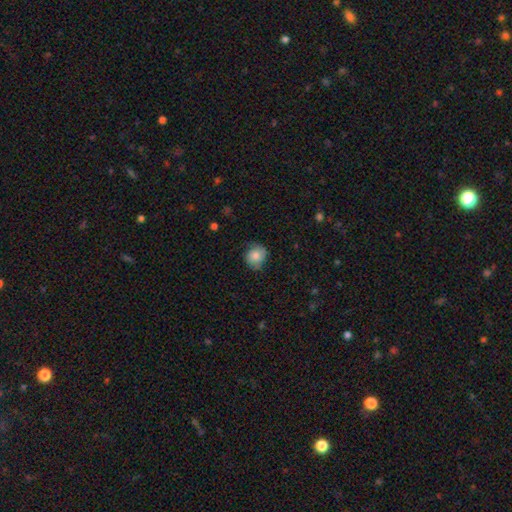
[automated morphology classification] Smooth or featured?
  - smooth: 74% *
  - featured or disk: 18%
  - star or artifact: 8%
How rounded?
  - round: 79% *
  - in between: 20%
  - cigar-shaped: 1%
Merging?
  - none: 67% *
  - minor disturbance: 25%
  - major disturbance: 7%
  - merger: 1%